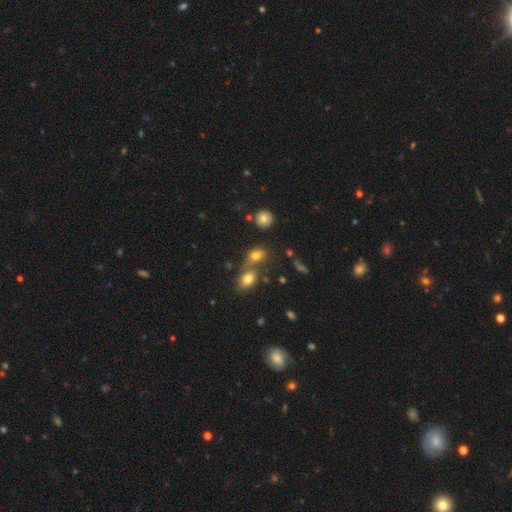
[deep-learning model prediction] Morphology: type=smooth (76%); roundness=in between (62%); merging=none (44%).